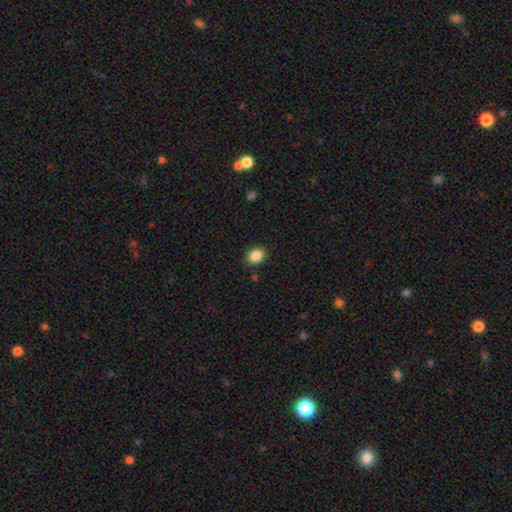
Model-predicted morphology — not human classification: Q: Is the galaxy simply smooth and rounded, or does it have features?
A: smooth — 87%.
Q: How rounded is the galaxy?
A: in between — 54%.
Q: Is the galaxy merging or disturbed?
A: none — 88%.